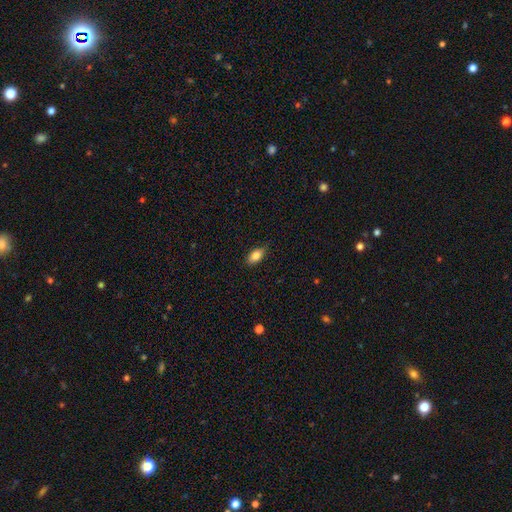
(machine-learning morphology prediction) type=smooth (80%); roundness=in between (87%); merging=none (80%).